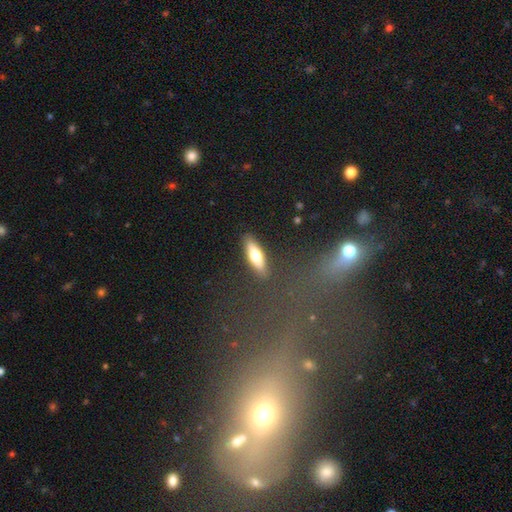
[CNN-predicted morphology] This is likely a smooth galaxy (66%). How rounded: possibly cigar-shaped (50%). Merging: clearly none (87%).